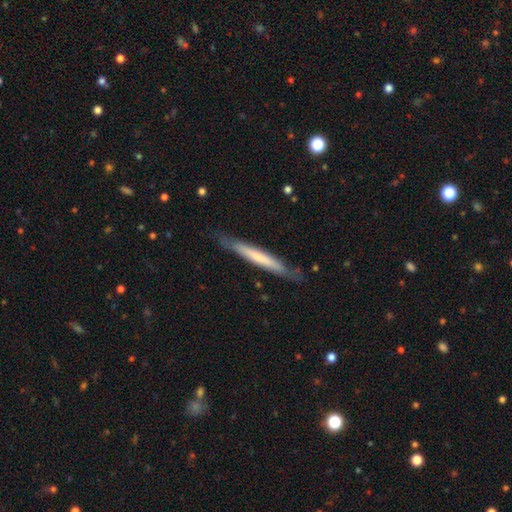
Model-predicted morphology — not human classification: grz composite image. It shows a smooth galaxy with no disk features (50%) that is cigar-shaped (96%). Merging: none (84%).